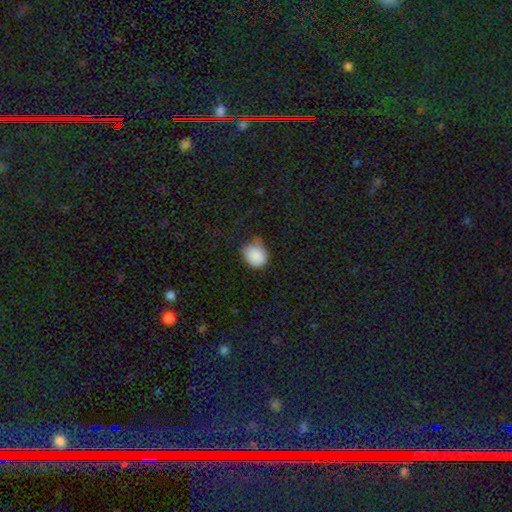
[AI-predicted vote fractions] smooth-or-featured: smooth: 87% | star or artifact: 8% | featured or disk: 4%
  how-rounded: round: 57% | in between: 42% | cigar-shaped: 1%
  merging: none: 46% | minor disturbance: 40% | major disturbance: 11% | merger: 3%